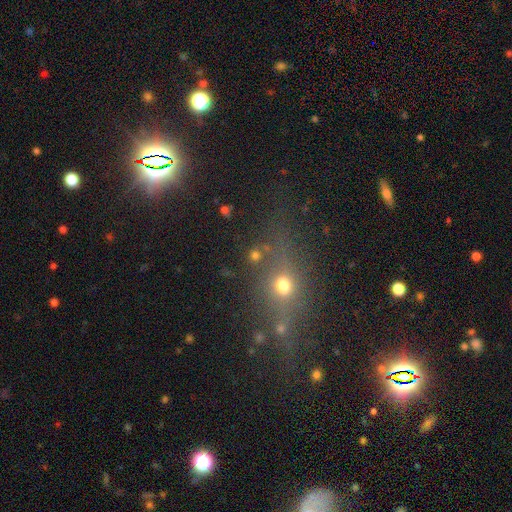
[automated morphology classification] smooth_or_featured: smooth (p=0.43) [alt: star or artifact p=0.39]
merging: none (p=0.66) [alt: merger p=0.14]